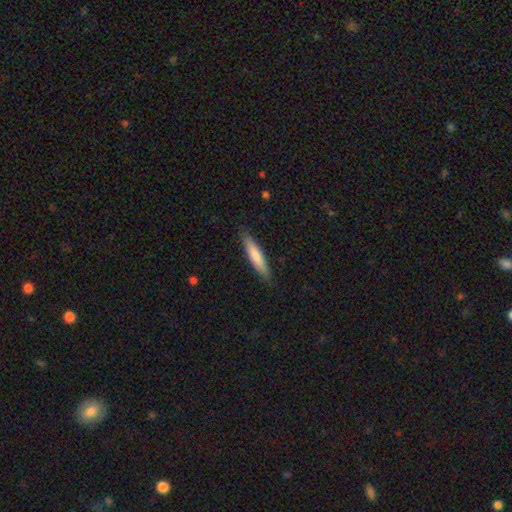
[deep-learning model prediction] This appears to be a smooth galaxy with no disk features (75%) that is cigar-shaped (85%). Merging: none (86%).